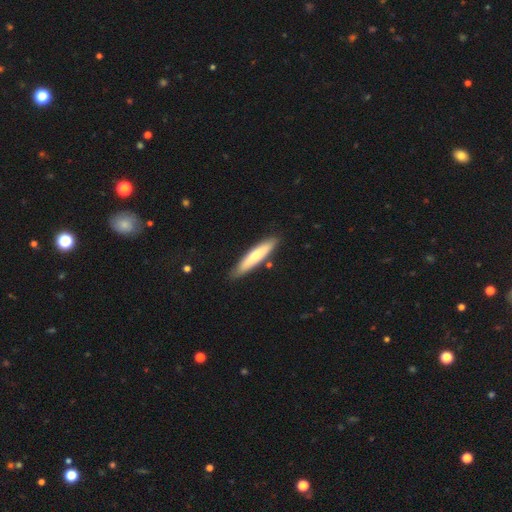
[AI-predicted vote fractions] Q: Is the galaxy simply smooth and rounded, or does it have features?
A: smooth — 63%.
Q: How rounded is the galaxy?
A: cigar-shaped — 86%.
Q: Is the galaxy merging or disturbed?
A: none — 85%.